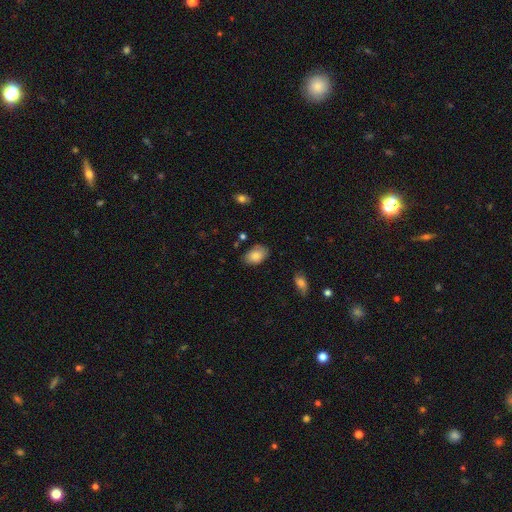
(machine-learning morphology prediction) Smooth or featured: smooth — 83% (featured or disk — 9%)
How rounded: in between — 87% (round — 12%)
Merging: none — 78% (minor disturbance — 17%)